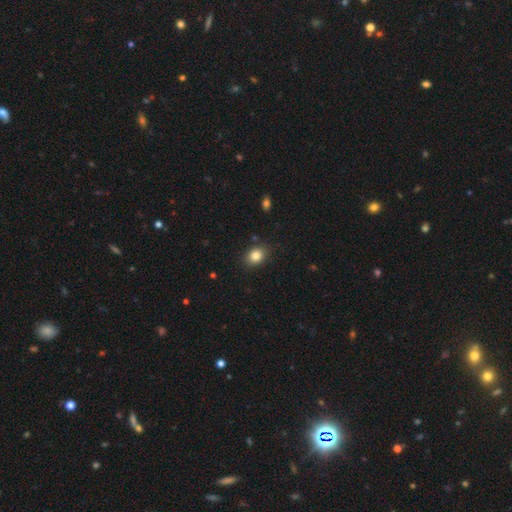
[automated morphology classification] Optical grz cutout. It shows a smooth galaxy with no disk features (84%) that is in between round and cigar-shaped (58%). Merging: none (85%).